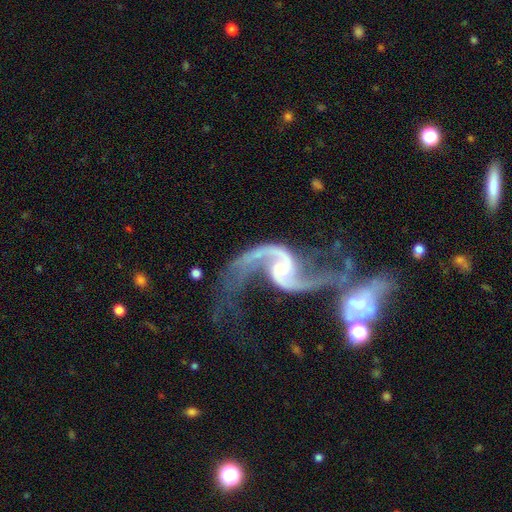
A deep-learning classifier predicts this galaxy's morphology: featured or disk 93%, star or artifact 4%, smooth 3%. Down the decision tree: edge-on disk — no (98%); bar — weak (45%); spiral arms — yes (98%); spiral arm count — 2 (93%); spiral winding — loose (78%); bulge size — small (48%); merging — none (38%).